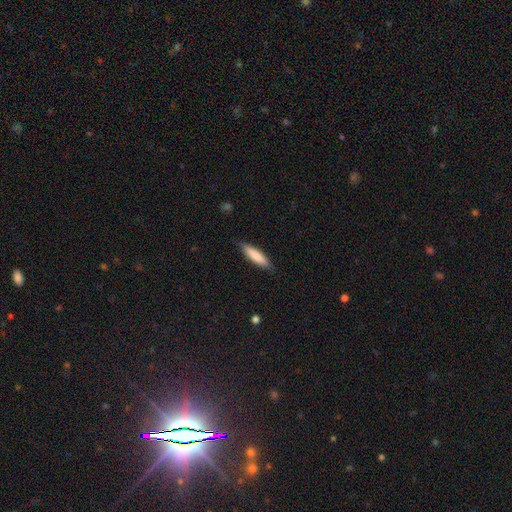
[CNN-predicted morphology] Smooth or featured: smooth — 81% (featured or disk — 13%)
How rounded: cigar-shaped — 75% (in between — 23%)
Merging: none — 85% (minor disturbance — 12%)